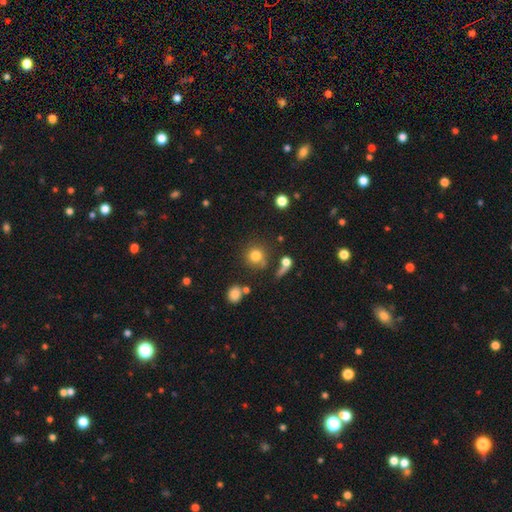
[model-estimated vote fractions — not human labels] This is likely a smooth galaxy (79%). How rounded: clearly round (90%). Merging: likely none (67%).